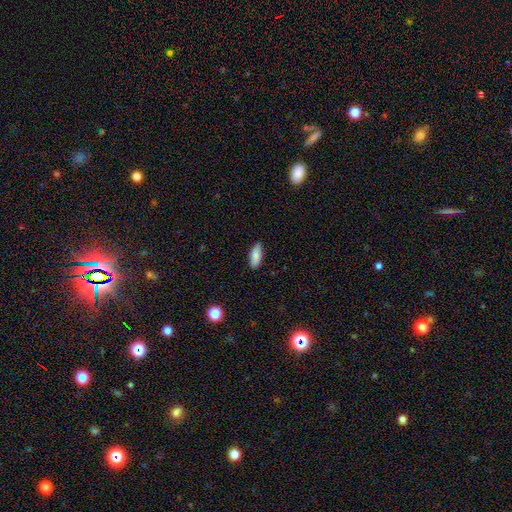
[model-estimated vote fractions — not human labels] Q: Smooth or featured?
A: smooth (86%); runner-up: featured or disk (8%)
Q: How rounded?
A: in between (76%); runner-up: cigar-shaped (22%)
Q: Merging?
A: none (87%); runner-up: minor disturbance (10%)